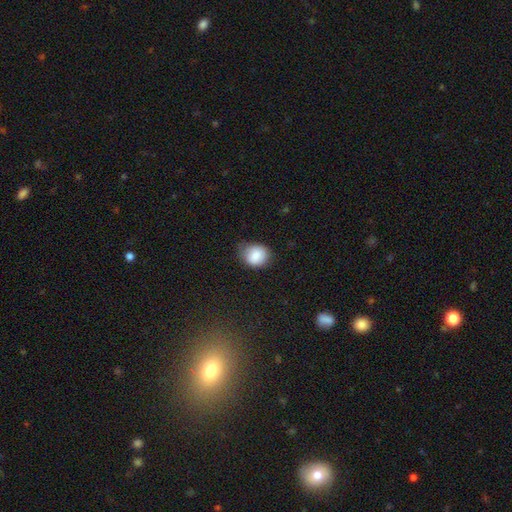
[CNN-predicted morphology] Q: Smooth or featured?
A: smooth (85%); runner-up: star or artifact (8%)
Q: How rounded?
A: round (61%); runner-up: in between (38%)
Q: Merging?
A: none (59%); runner-up: minor disturbance (32%)